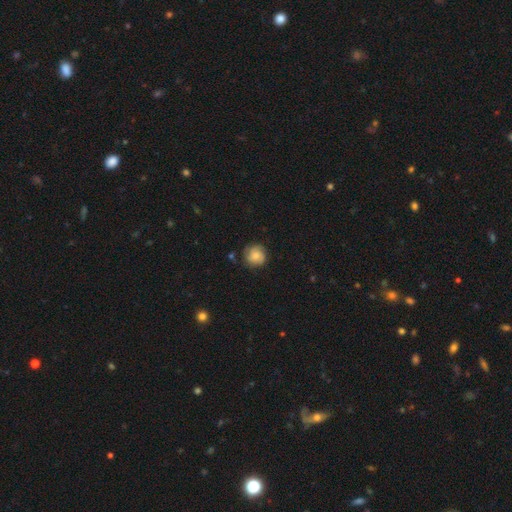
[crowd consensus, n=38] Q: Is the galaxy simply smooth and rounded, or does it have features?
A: smooth — 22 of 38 (58%).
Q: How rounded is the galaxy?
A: round — 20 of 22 (91%).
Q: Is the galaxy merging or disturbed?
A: none — 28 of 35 (80%).